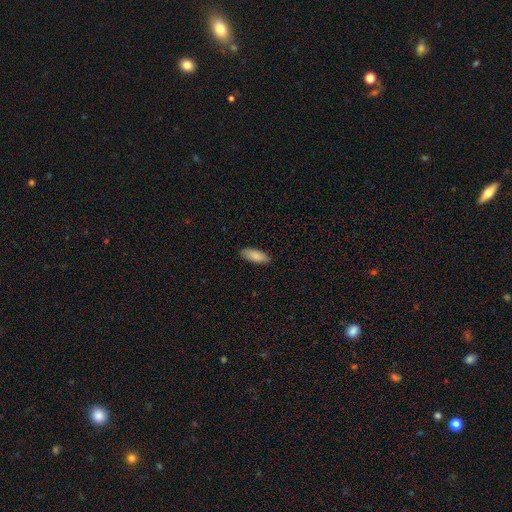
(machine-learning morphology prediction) Smooth or featured? Predicted: smooth (p=0.88). How rounded? Predicted: in between (p=0.76). Merging? Predicted: none (p=0.87).